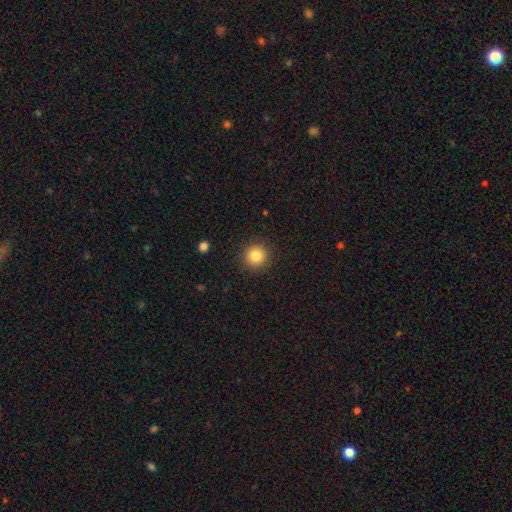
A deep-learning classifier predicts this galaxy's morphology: Smooth or featured? smooth (82%)
How rounded? round (95%)
Merging? none (91%)